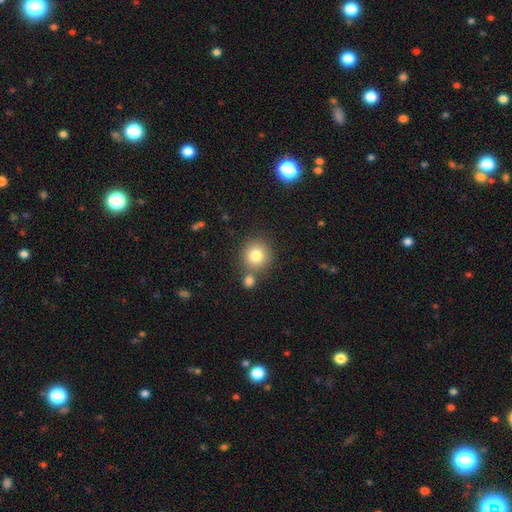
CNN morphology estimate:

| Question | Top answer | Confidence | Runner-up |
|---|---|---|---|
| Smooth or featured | smooth | 80% | star or artifact (10%) |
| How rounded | round | 91% | in between (8%) |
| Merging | none | 72% | merger (16%) |